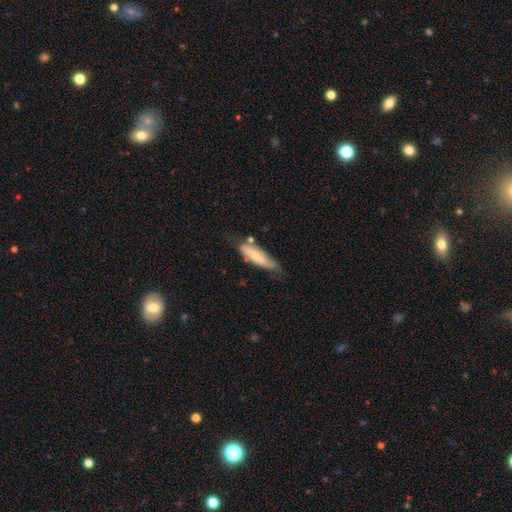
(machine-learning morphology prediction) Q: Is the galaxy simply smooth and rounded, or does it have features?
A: smooth — 64%.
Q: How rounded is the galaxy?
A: cigar-shaped — 53%.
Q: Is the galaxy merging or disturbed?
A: none — 51%.